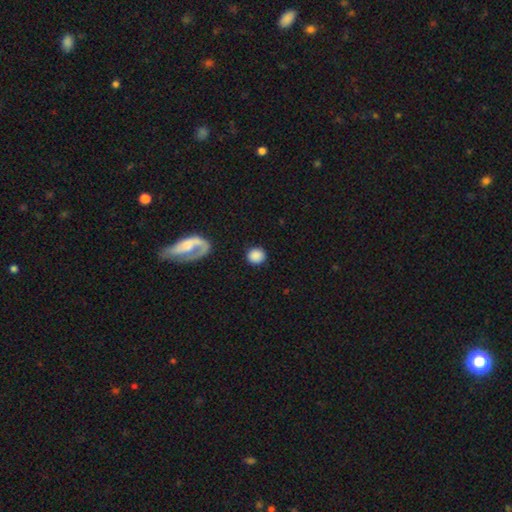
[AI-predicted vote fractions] The model was most divided on "smooth or featured": smooth: 83%, featured or disk: 10%, star or artifact: 8%. More confident: how rounded — round (89%); merging — none (86%).